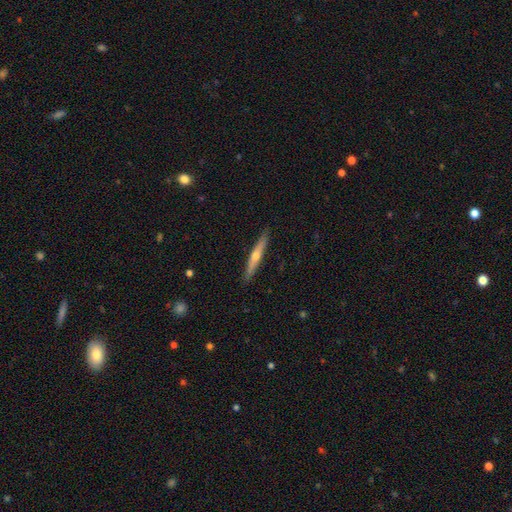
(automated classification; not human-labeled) Q: Smooth or featured?
A: featured or disk (57%); runner-up: smooth (38%)
Q: Edge-on disk?
A: yes (95%); runner-up: no (5%)
Q: Edge-on bulge?
A: rounded (84%); runner-up: none (14%)
Q: Merging?
A: none (90%); runner-up: minor disturbance (8%)